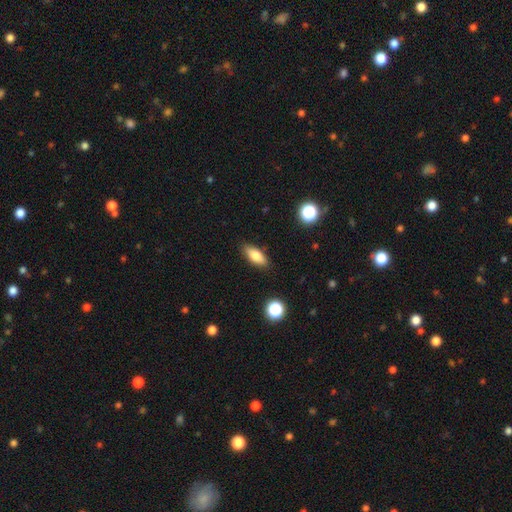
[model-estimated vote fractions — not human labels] A smooth galaxy with no disk features (79%) that is in between round and cigar-shaped (78%). Merging: none (87%).